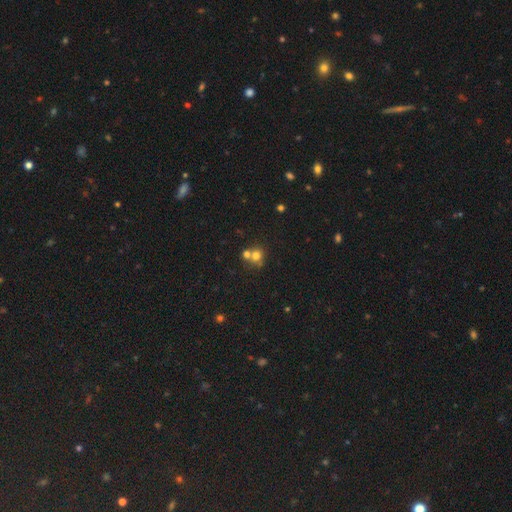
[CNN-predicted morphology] Smooth or featured? Predicted: smooth (p=0.70). How rounded? Predicted: round (p=0.83). Merging? Predicted: merger (p=0.48).